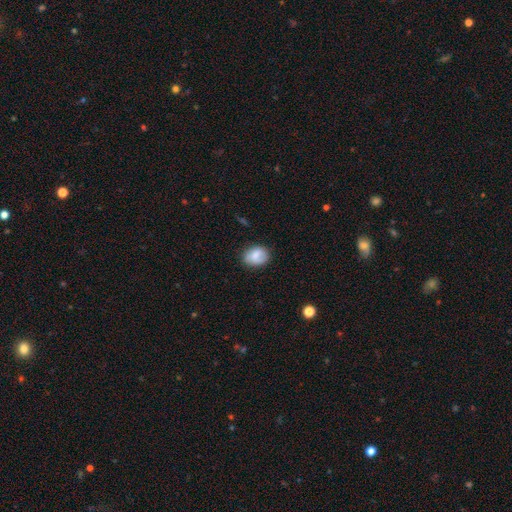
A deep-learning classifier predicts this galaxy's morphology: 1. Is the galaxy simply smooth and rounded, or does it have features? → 80% smooth, 13% featured or disk, 8% star or artifact.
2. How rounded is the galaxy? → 60% in between, 39% round, 1% cigar-shaped.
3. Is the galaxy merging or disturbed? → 76% none, 19% minor disturbance, 4% major disturbance, 1% merger.